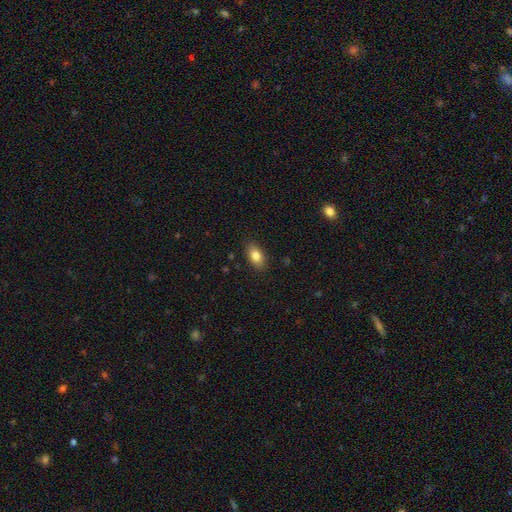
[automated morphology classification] A smooth galaxy with no disk features (84%) that is in between round and cigar-shaped (90%). Merging: none (87%).